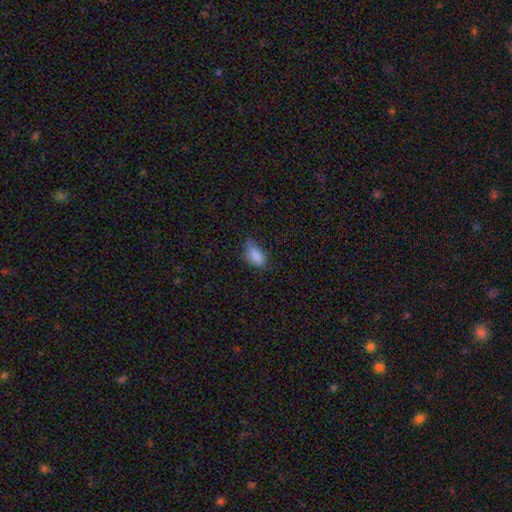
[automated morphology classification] A smooth galaxy with no disk features (85%) that is in between round and cigar-shaped (91%). Merging: none (51%).